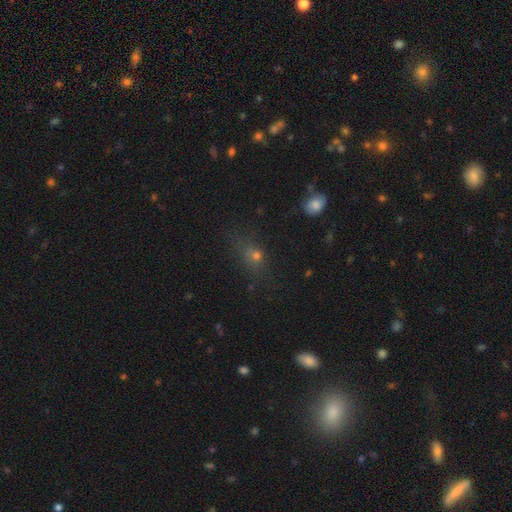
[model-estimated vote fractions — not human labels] Smooth or featured? smooth (54%)
How rounded? in between (47%, tied with round)
Merging? none (67%)